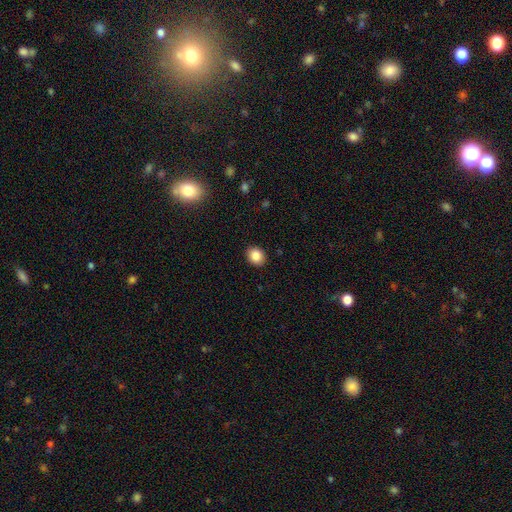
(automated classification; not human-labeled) smooth 86%, star or artifact 9%, featured or disk 5%. Down the decision tree: how rounded — round (59%); merging — none (91%).